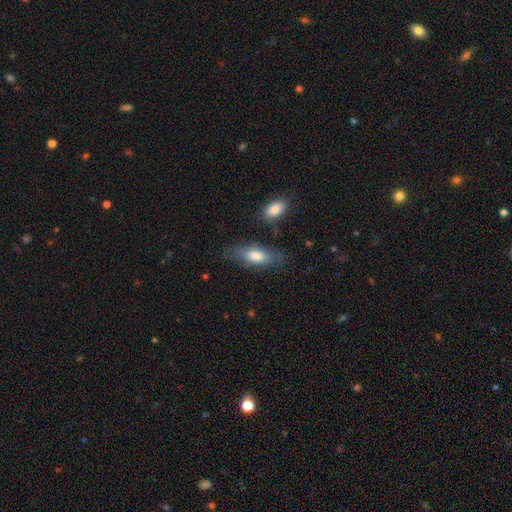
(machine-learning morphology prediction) Overall: smooth (73%). How rounded: in between (69%). Merging: none (71%).